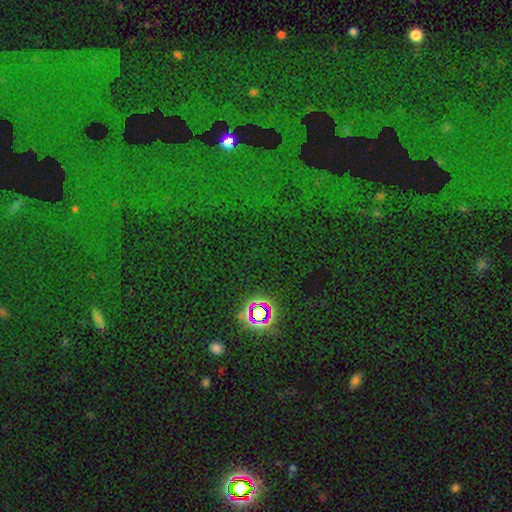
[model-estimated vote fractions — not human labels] The model was most divided on "smooth or featured": star or artifact: 78%, smooth: 14%, featured or disk: 8%.